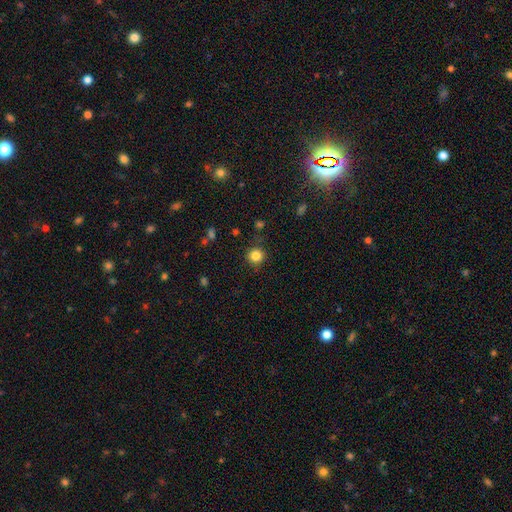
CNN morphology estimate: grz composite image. It shows a smooth galaxy with no disk features (83%) that is round (93%). Merging: none (86%).